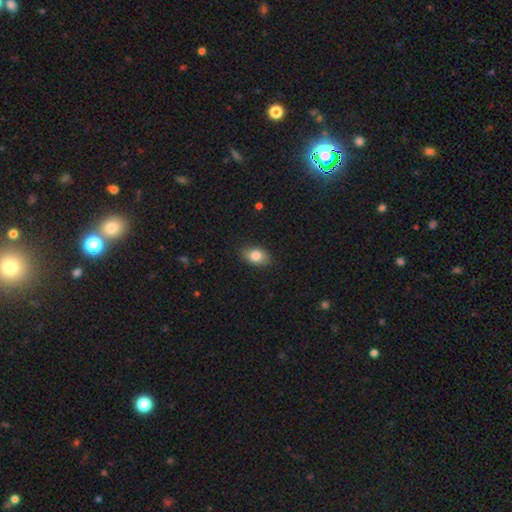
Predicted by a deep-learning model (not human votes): smooth_or_featured: smooth (p=0.83) [alt: featured or disk p=0.10]
how_rounded: in between (p=0.85) [alt: round p=0.13]
merging: none (p=0.84) [alt: minor disturbance p=0.12]